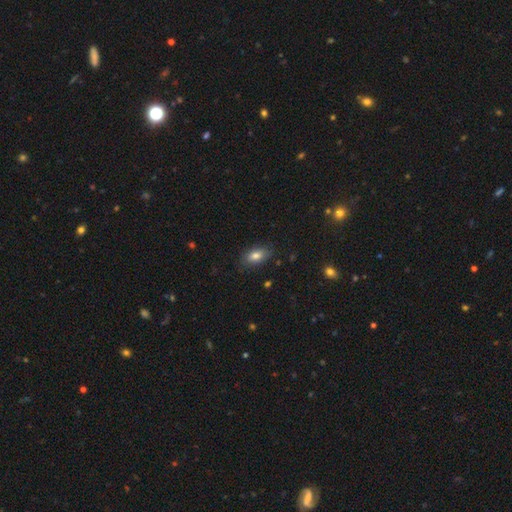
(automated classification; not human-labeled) This is likely a smooth galaxy (80%). How rounded: clearly in between (89%). Merging: clearly none (82%).